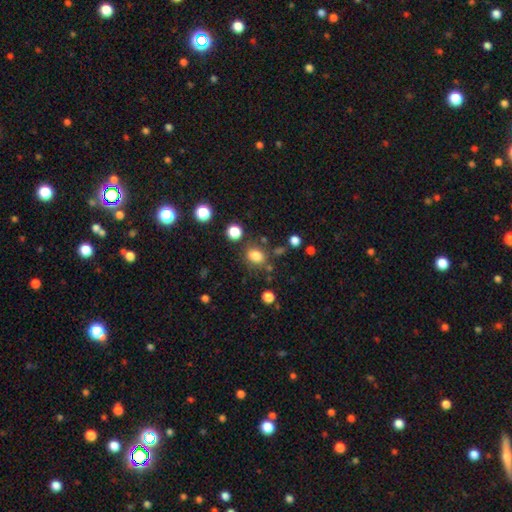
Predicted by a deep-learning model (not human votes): The model was most divided on "how rounded": in between: 52%, round: 47%, cigar-shaped: 1%. More confident: smooth or featured — smooth (82%); merging — none (74%).